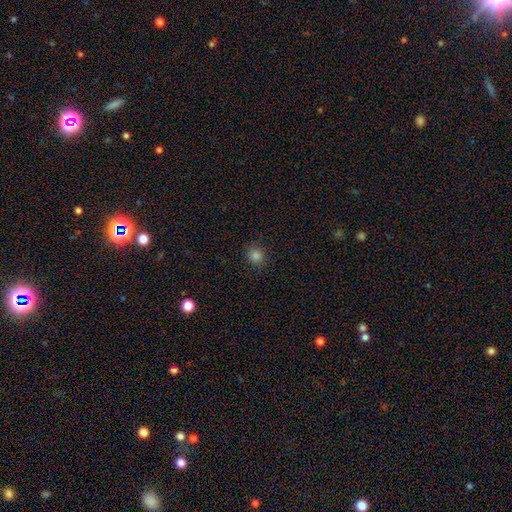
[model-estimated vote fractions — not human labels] This appears to be a smooth galaxy with no disk features (83%) that is round (90%). Merging: none (90%).